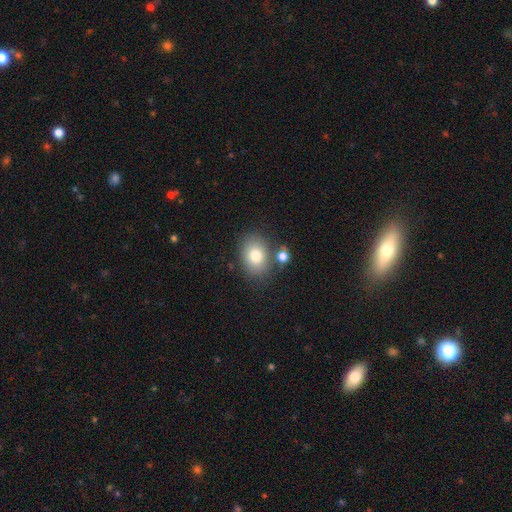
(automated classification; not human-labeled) Smooth or featured? smooth (80%)
How rounded? in between (66%)
Merging? none (71%)